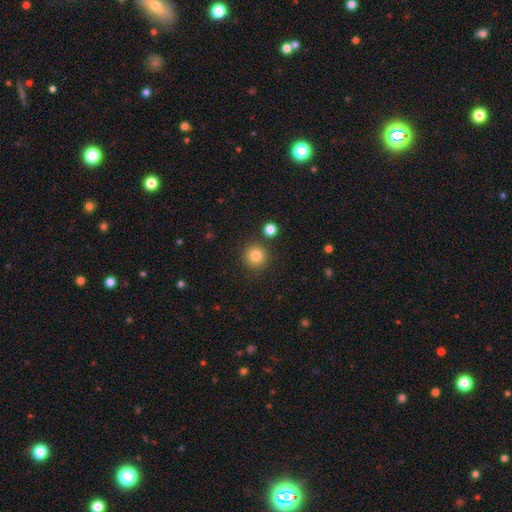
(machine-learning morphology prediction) A smooth galaxy with no disk features (83%) that is round (94%).

Vote fractions:
- Smooth or featured? smooth: 83% / star or artifact: 11% / featured or disk: 6%
- How rounded? round: 94% / in between: 5% / cigar-shaped: 1%
- Merging? none: 86% / minor disturbance: 7% / merger: 5% / major disturbance: 2%